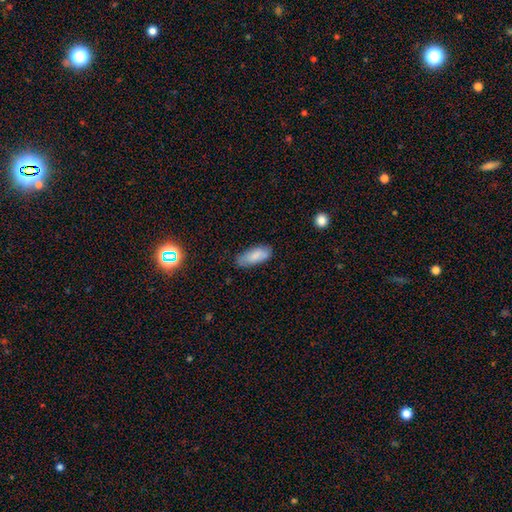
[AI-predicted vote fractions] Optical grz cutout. It shows a smooth galaxy with no disk features (85%) that is in between round and cigar-shaped (79%). Merging: none (75%).